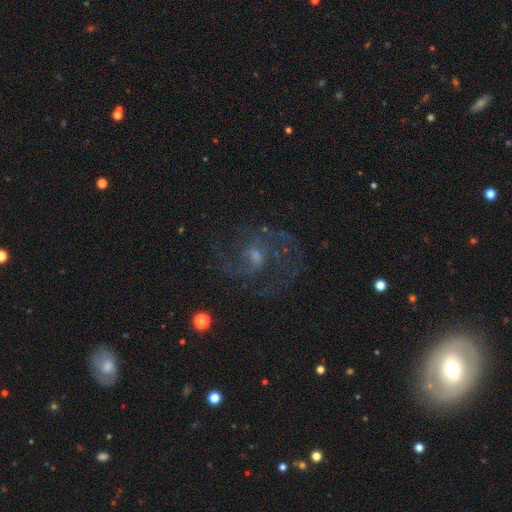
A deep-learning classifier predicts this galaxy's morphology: smooth-or-featured: featured or disk: 81% | star or artifact: 10% | smooth: 9%
  disk-edge-on: no: 98% | yes: 2%
    bar: weak: 46% | no: 45% | strong: 9%
    has-spiral-arms: yes: 90% | no: 10%
      spiral-winding: medium: 55% | loose: 25% | tight: 20%
      spiral-arm-count: 2: 68% | can't tell: 13% | 3: 8% | 1: 4% | 4: 3% | more than 4: 3%
    bulge-size: small: 56% | moderate: 29% | none: 11% | large: 2% | dominant: 1%
  merging: none: 66% | major disturbance: 17% | minor disturbance: 15% | merger: 2%